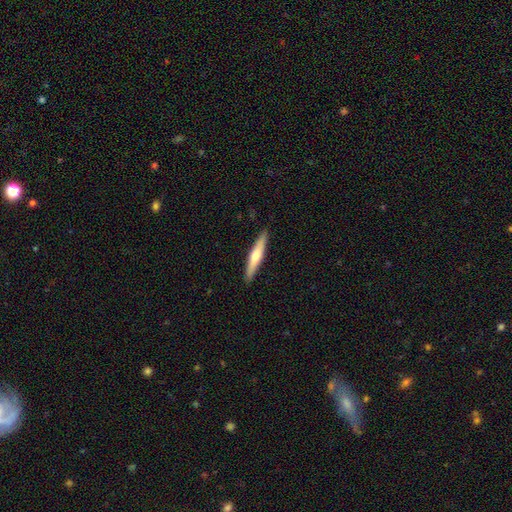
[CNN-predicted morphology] smooth 50%, featured or disk 45%, star or artifact 5%. Down the decision tree: merging — none (91%).